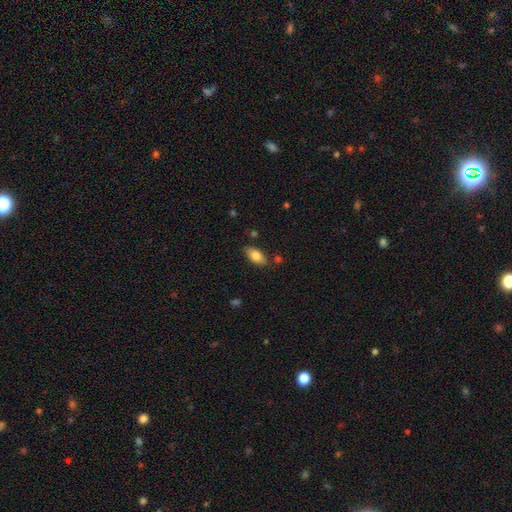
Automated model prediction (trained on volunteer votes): A smooth galaxy with no disk features (79%) that is in between round and cigar-shaped (90%). Merging: none (79%).